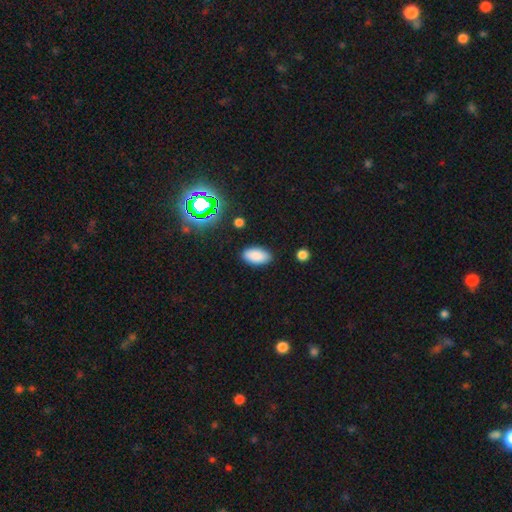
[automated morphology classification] type=smooth (85%); roundness=in between (94%); merging=none (87%).